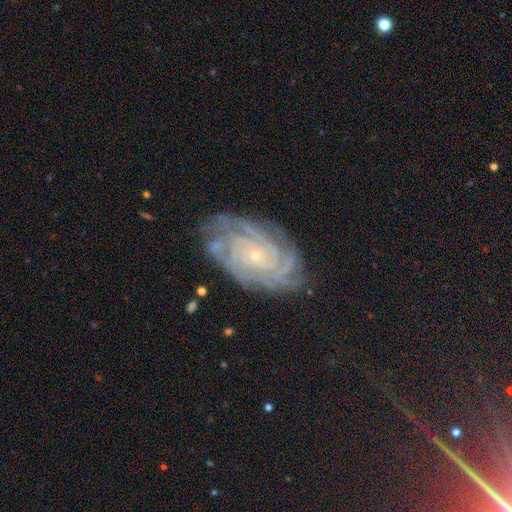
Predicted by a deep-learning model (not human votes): Smooth or featured? featured or disk (88%)
Edge-on disk? no (97%)
Bar? no (76%)
Spiral arms? yes (98%)
Spiral winding? tight (81%)
Spiral arm count? 4 (29%)
Bulge size? small (85%)
Merging? none (78%)